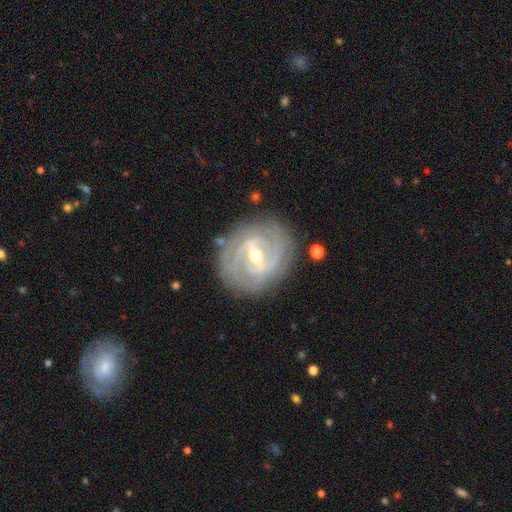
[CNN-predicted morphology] The model was most divided on "spiral arm count": 2: 34%, can't tell: 30%, 3: 18%, 4: 9%, more than 4: 5%, 1: 4%. More confident: edge-on disk — no (95%); spiral arms — yes (92%); smooth or featured — featured or disk (88%); merging — none (82%); spiral winding — tight (74%); bulge size — moderate (59%); bar — strong (54%).